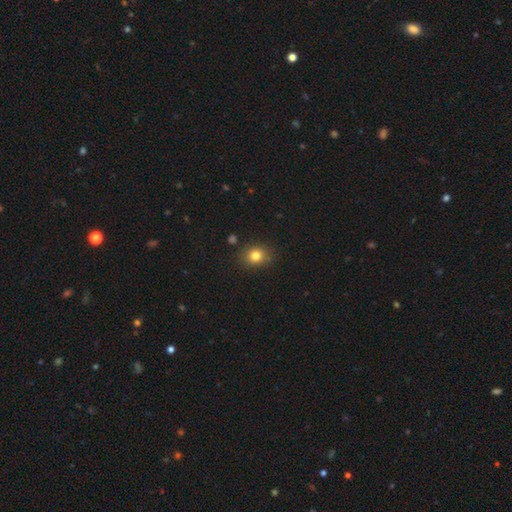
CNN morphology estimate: Smooth or featured? Predicted: smooth (p=0.80). How rounded? Predicted: round (p=0.62). Merging? Predicted: none (p=0.84).